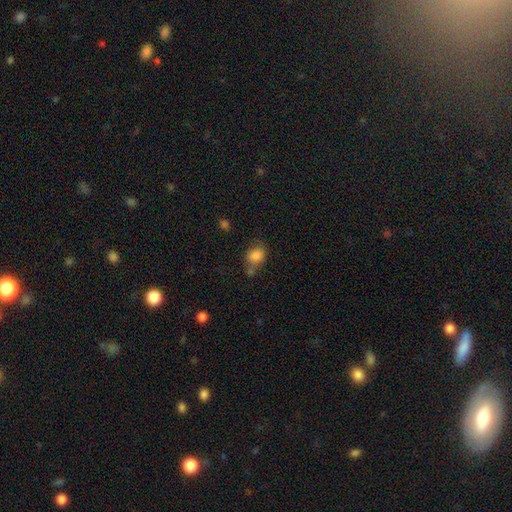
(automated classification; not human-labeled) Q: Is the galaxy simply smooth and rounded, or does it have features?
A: smooth — 83%.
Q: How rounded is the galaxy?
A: round — 50%.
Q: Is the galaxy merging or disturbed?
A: none — 54%.